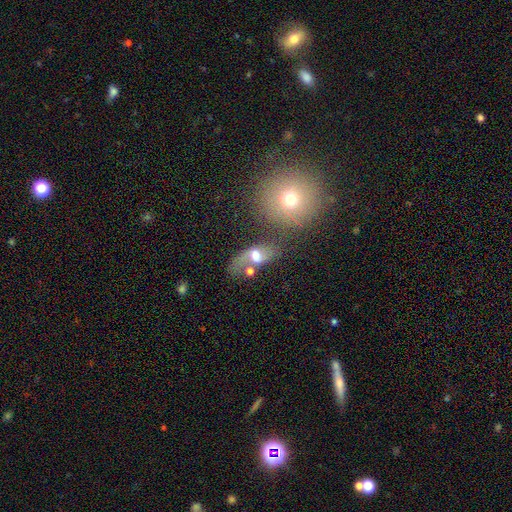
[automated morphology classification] This is marginally a smooth galaxy (44%, tied with featured or disk). Merging: marginally none (39%).